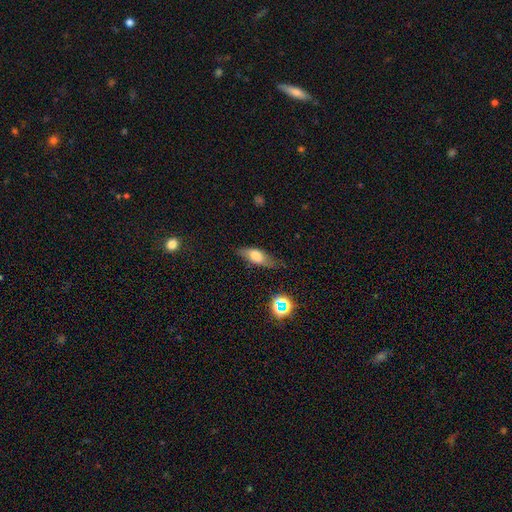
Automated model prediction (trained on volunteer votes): smooth-or-featured: smooth: 64% | featured or disk: 27% | star or artifact: 10%
  how-rounded: in between: 69% | cigar-shaped: 27% | round: 5%
  merging: none: 72% | minor disturbance: 20% | major disturbance: 6% | merger: 2%